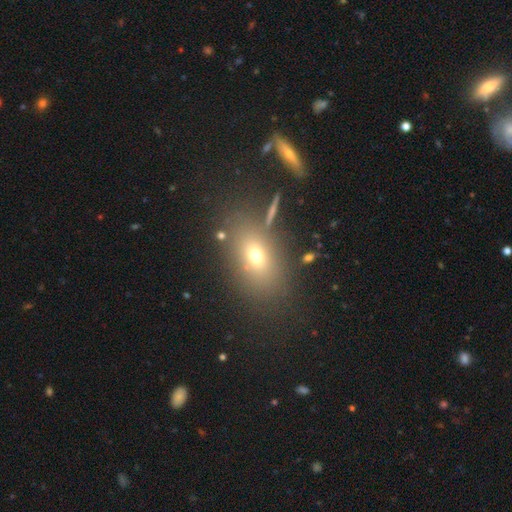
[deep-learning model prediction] The model was most divided on "smooth or featured": smooth: 65%, star or artifact: 18%, featured or disk: 17%. More confident: merging — none (77%); how rounded — in between (73%).